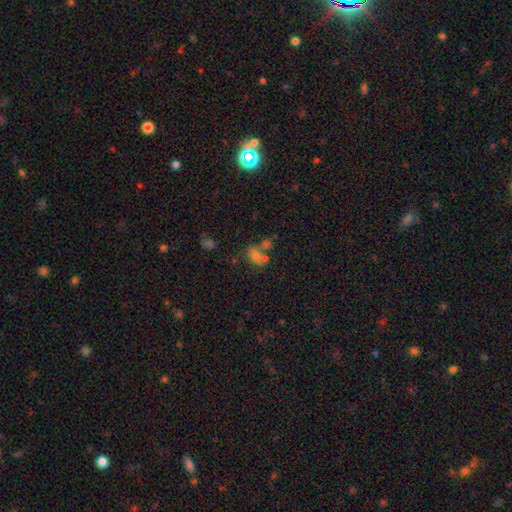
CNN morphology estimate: type=smooth (64%); roundness=in between (64%); merging=merger (44%).